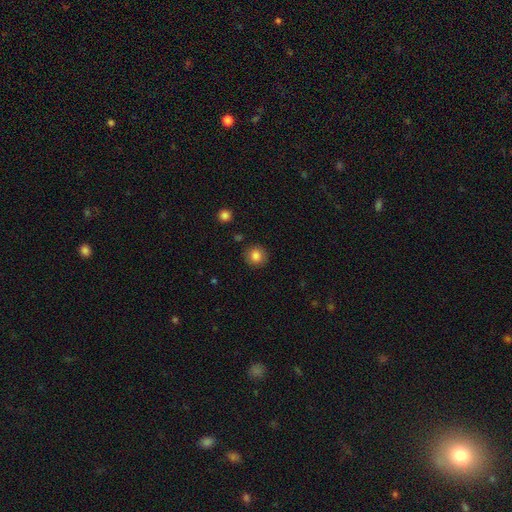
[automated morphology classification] The model was most divided on "smooth or featured": smooth: 85%, star or artifact: 10%, featured or disk: 6%. More confident: how rounded — round (90%); merging — none (88%).